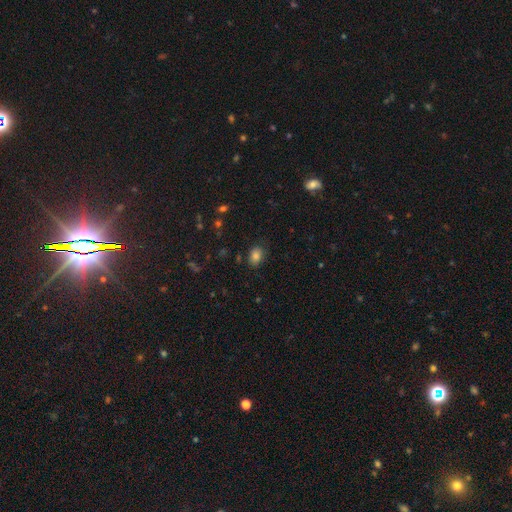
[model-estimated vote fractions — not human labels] Q: Smooth or featured?
A: smooth (82%); runner-up: star or artifact (12%)
Q: How rounded?
A: in between (71%); runner-up: round (28%)
Q: Merging?
A: none (81%); runner-up: minor disturbance (14%)